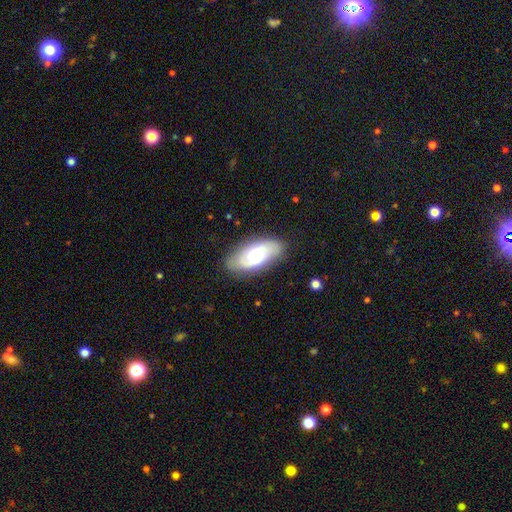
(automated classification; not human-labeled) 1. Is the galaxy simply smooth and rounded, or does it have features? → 57% featured or disk, 37% smooth, 6% star or artifact.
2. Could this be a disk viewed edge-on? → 91% no, 9% yes.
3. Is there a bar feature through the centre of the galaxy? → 62% no, 31% weak, 6% strong.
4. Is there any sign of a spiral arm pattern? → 84% yes, 16% no.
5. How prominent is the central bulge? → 54% moderate, 23% small, 19% large, 2% none, 2% dominant.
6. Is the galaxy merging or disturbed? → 80% none, 14% minor disturbance, 4% major disturbance, 1% merger.